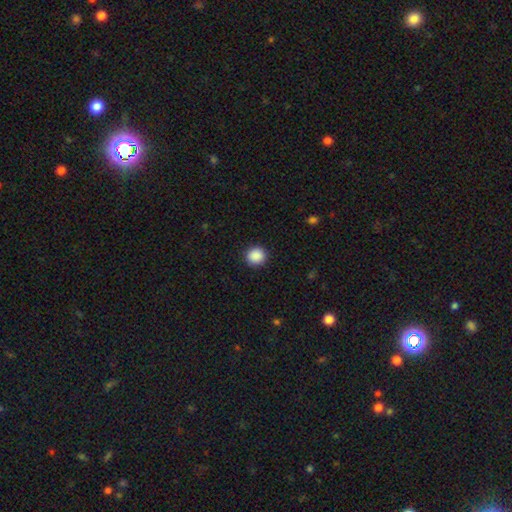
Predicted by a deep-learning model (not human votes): Morphology: type=smooth (89%); roundness=round (91%); merging=none (91%).